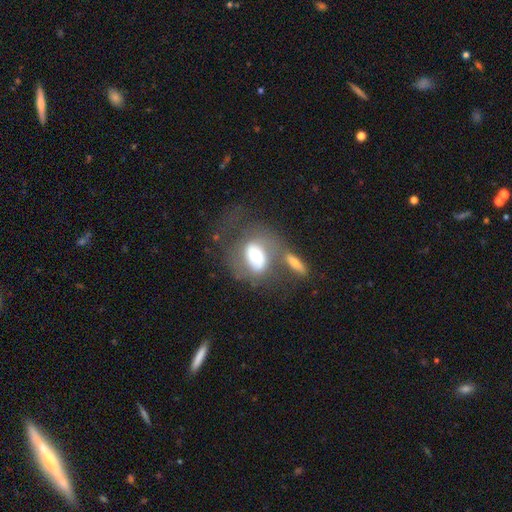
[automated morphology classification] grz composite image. It shows a featured or disk galaxy (50%). Merging: none (34%).